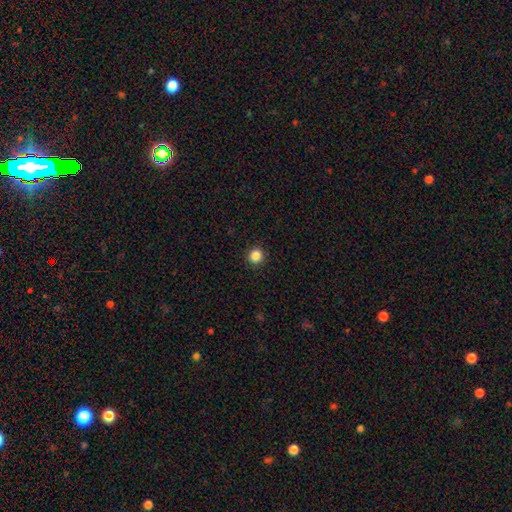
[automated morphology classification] smooth_or_featured: smooth (p=0.86) [alt: star or artifact p=0.11]
how_rounded: round (p=0.94) [alt: in between p=0.05]
merging: none (p=0.93) [alt: minor disturbance p=0.05]